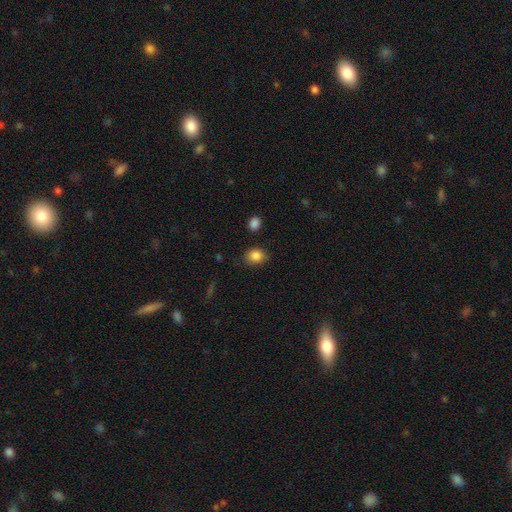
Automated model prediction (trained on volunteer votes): Smooth or featured: smooth — 86% (star or artifact — 9%)
How rounded: round — 53% (in between — 46%)
Merging: none — 81% (minor disturbance — 13%)